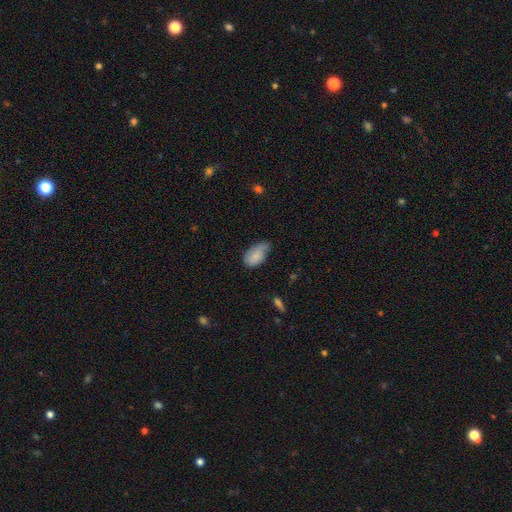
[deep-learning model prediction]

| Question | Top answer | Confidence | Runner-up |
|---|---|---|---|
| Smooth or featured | smooth | 83% | featured or disk (10%) |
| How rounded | in between | 93% | round (4%) |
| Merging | minor disturbance | 45% | none (39%) |